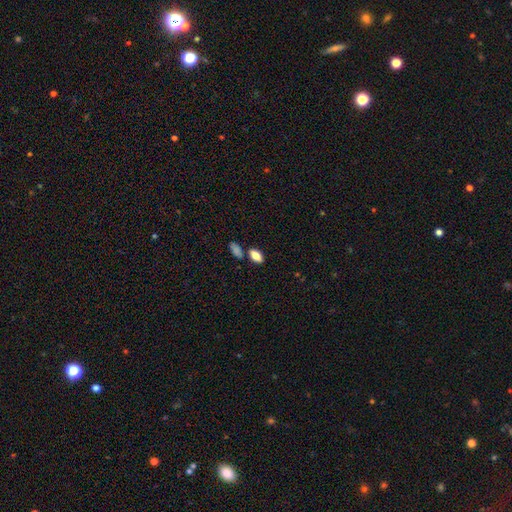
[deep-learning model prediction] Smooth or featured: smooth — 80% (featured or disk — 12%)
How rounded: in between — 87% (cigar-shaped — 7%)
Merging: none — 73% (merger — 12%)